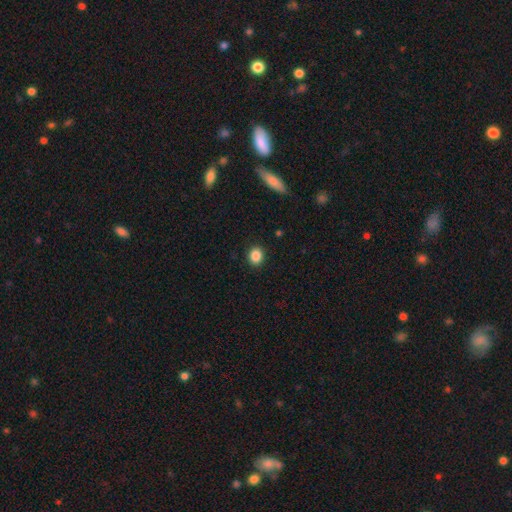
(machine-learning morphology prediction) smooth 87%, star or artifact 9%, featured or disk 3%. Down the decision tree: how rounded — round (75%); merging — none (91%).